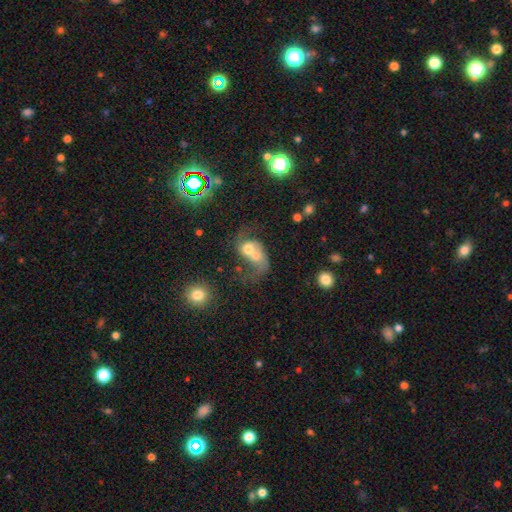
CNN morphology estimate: This appears to be a featured or disk galaxy (51%). Merging: merger (79%).